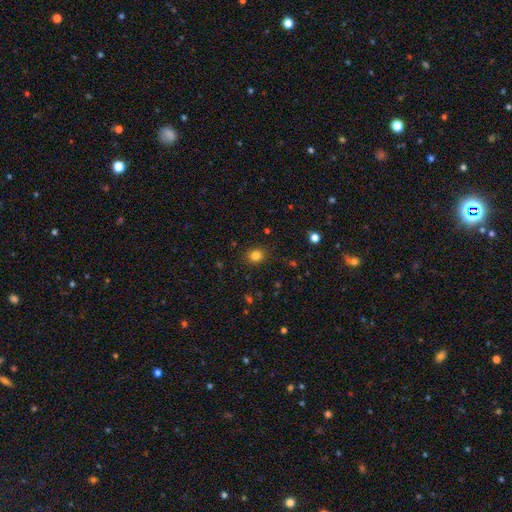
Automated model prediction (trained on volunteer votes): Smooth or featured: smooth — 82% (star or artifact — 13%)
How rounded: round — 75% (in between — 24%)
Merging: none — 88% (minor disturbance — 9%)